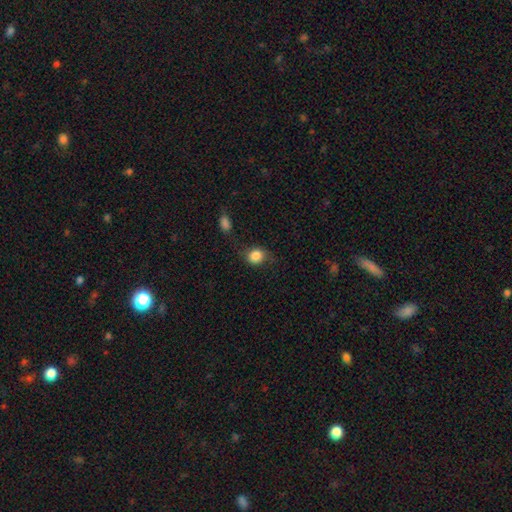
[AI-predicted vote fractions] This appears to be a smooth galaxy with no disk features (84%) that is round (69%). Merging: none (64%).